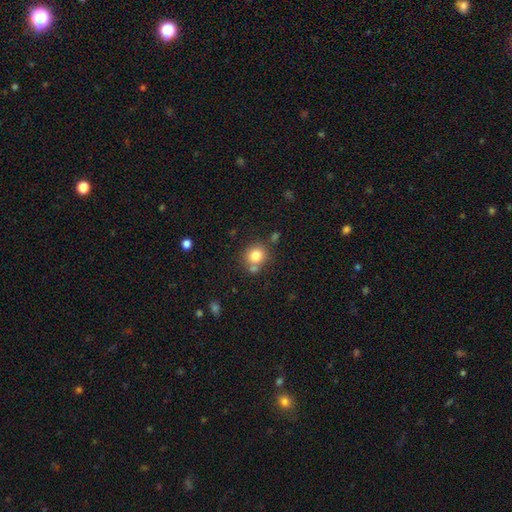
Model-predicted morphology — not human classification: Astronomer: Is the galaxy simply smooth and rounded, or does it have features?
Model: smooth — 80%.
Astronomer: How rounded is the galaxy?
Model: round — 86%.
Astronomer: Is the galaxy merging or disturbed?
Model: none — 69%.